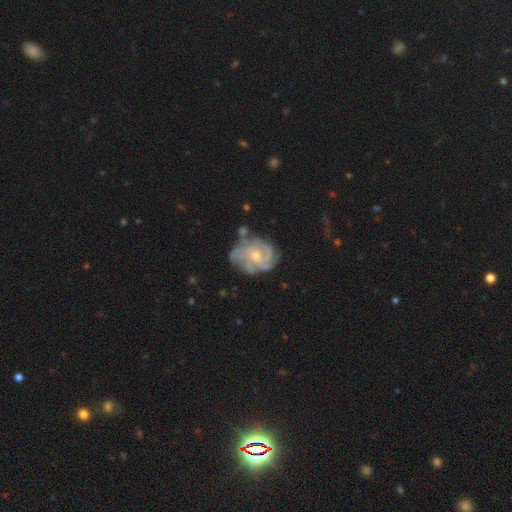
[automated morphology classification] A featured or disk galaxy (83%) with no bar (71%), tight (60%) spiral arms (93%) and a moderate central bulge (47%).

Vote fractions:
- Smooth or featured? featured or disk: 83% / smooth: 12% / star or artifact: 6%
- Edge-on disk? no: 98% / yes: 2%
- Bar? no: 71% / weak: 26% / strong: 4%
- Spiral arms? yes: 93% / no: 7%
- Spiral winding? tight: 60% / medium: 31% / loose: 8%
- Spiral arm count? can't tell: 31% / 3: 24% / 4: 20% / 2: 13% / more than 4: 6% / 1: 5%
- Bulge size? moderate: 47% / small: 46% / none: 3% / large: 2% / dominant: 1%
- Merging? none: 63% / minor disturbance: 22% / major disturbance: 10% / merger: 5%